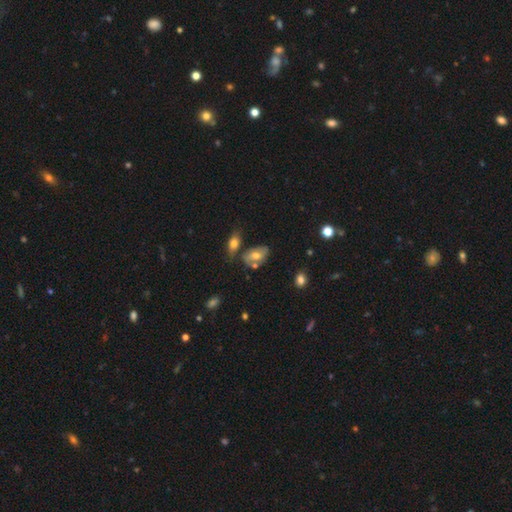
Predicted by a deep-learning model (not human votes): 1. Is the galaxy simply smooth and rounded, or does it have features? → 55% smooth, 37% featured or disk, 9% star or artifact.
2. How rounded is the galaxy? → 89% in between, 8% round, 3% cigar-shaped.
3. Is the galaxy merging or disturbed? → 55% none, 19% minor disturbance, 19% merger, 7% major disturbance.